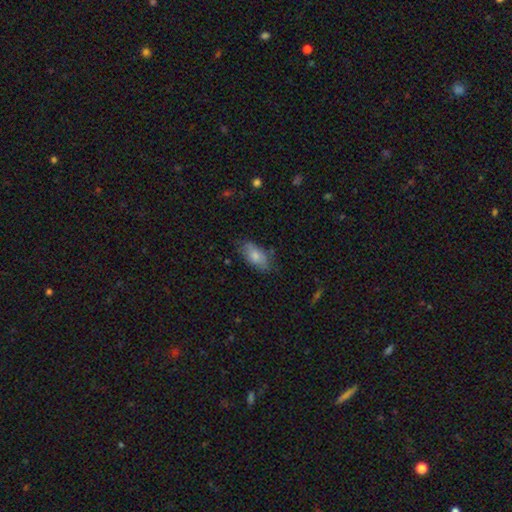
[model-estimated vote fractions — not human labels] Smooth or featured? smooth (75%)
How rounded? in between (90%)
Merging? none (66%)